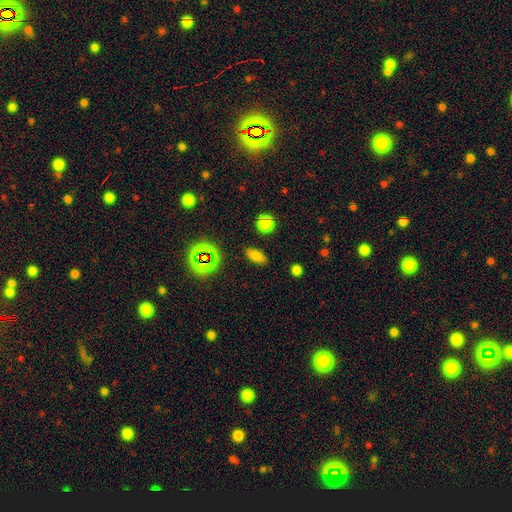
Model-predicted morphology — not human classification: Smooth or featured? Predicted: smooth (p=0.73). How rounded? Predicted: in between (p=0.79). Merging? Predicted: none (p=0.85).